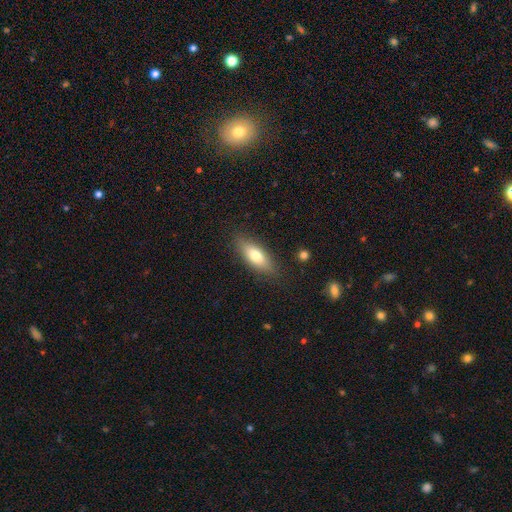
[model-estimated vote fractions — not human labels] The model was most divided on "how rounded": in between: 69%, cigar-shaped: 28%, round: 3%. More confident: merging — none (84%); smooth or featured — smooth (72%).